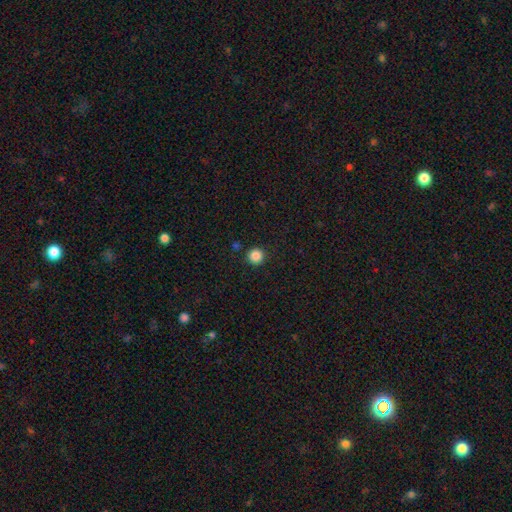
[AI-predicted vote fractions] smooth_or_featured: smooth (p=0.86) [alt: star or artifact p=0.11]
how_rounded: round (p=0.96) [alt: in between p=0.03]
merging: none (p=0.92) [alt: minor disturbance p=0.05]